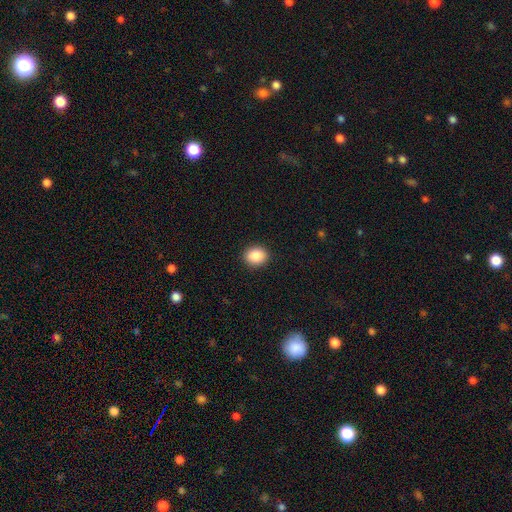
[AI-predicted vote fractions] The model was most divided on "how rounded": round: 56%, in between: 43%, cigar-shaped: 1%. More confident: merging — none (91%); smooth or featured — smooth (88%).